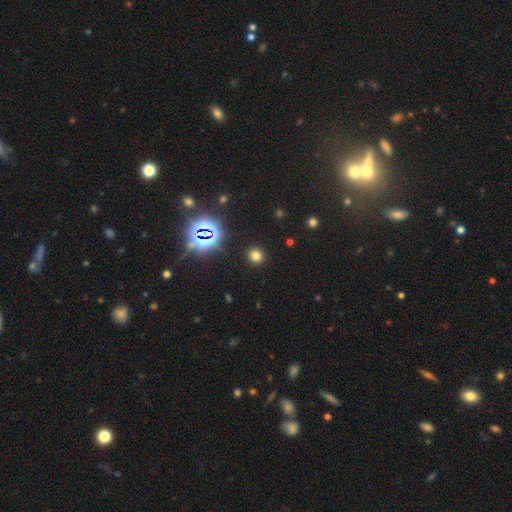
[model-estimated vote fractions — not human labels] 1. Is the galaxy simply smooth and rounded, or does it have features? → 71% smooth, 22% star or artifact, 6% featured or disk.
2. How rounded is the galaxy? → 81% round, 18% in between, 1% cigar-shaped.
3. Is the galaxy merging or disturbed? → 90% none, 6% minor disturbance, 2% major disturbance, 1% merger.